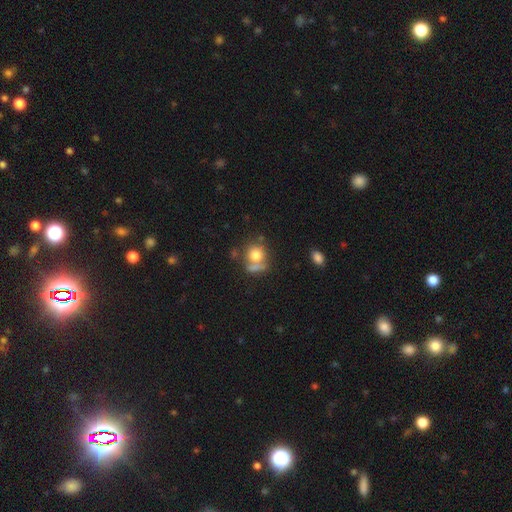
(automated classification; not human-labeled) smooth 75%, featured or disk 14%, star or artifact 11%. Down the decision tree: how rounded — round (80%); merging — none (50%).